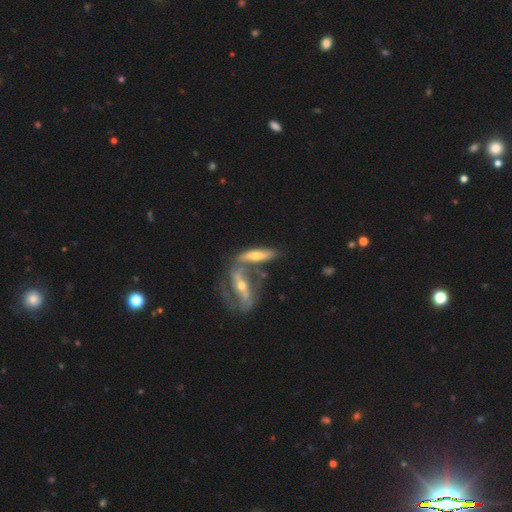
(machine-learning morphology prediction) The model was most divided on "merging": merger: 44%, none: 39%, minor disturbance: 11%, major disturbance: 5%. More confident: smooth or featured — featured or disk (68%); edge-on disk — yes (53%).